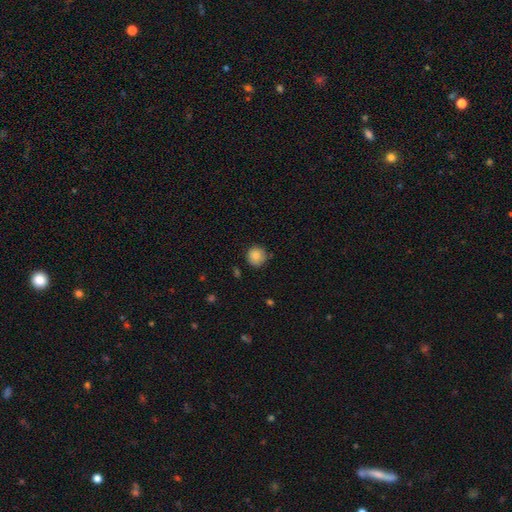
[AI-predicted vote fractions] smooth_or_featured: smooth (p=0.84) [alt: star or artifact p=0.09]
how_rounded: round (p=0.93) [alt: in between p=0.06]
merging: none (p=0.79) [alt: minor disturbance p=0.17]